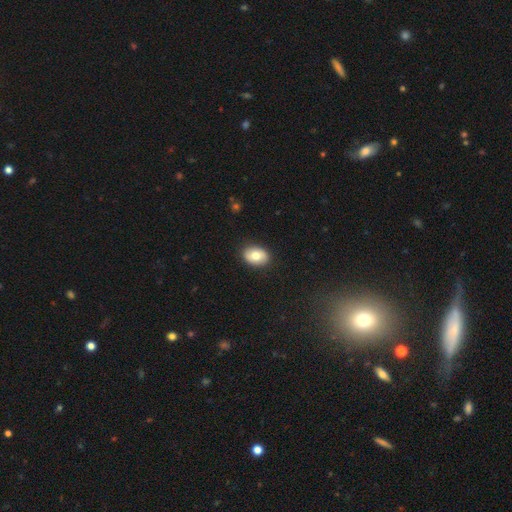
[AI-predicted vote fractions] Smooth or featured?
  - smooth: 77% *
  - featured or disk: 16%
  - star or artifact: 7%
How rounded?
  - in between: 79% *
  - round: 20%
  - cigar-shaped: 1%
Merging?
  - none: 89% *
  - minor disturbance: 8%
  - major disturbance: 2%
  - merger: 1%